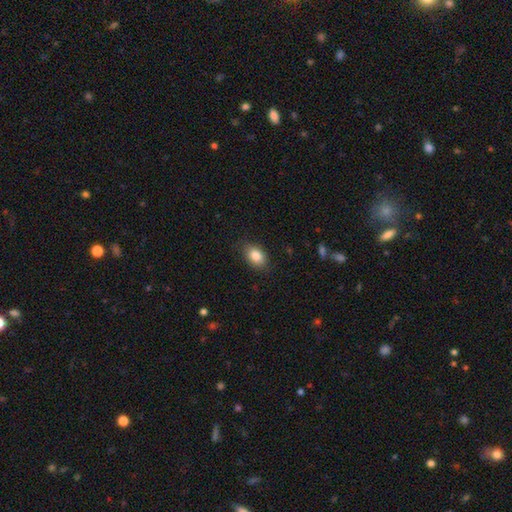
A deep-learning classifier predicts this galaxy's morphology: type=smooth (84%); roundness=in between (83%); merging=none (82%).